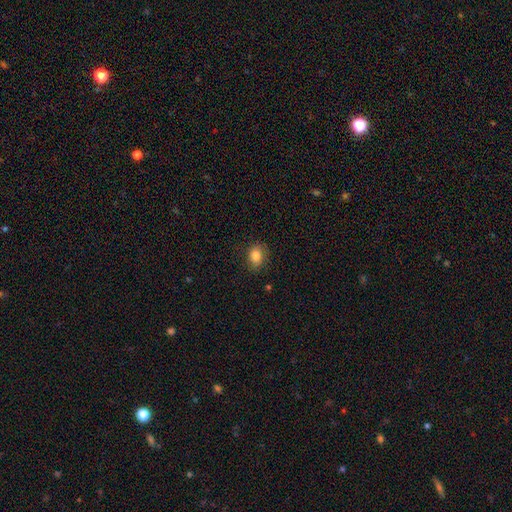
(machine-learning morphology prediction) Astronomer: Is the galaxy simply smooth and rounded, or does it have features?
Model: smooth — 84%.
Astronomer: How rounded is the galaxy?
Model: in between — 64%.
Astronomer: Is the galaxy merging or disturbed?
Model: none — 79%.